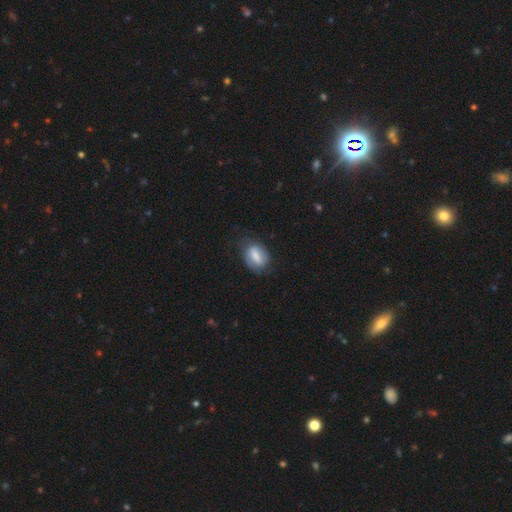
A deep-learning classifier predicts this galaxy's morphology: This appears to be a smooth galaxy with no disk features (61%) that is in between round and cigar-shaped (75%). Merging: none (63%).